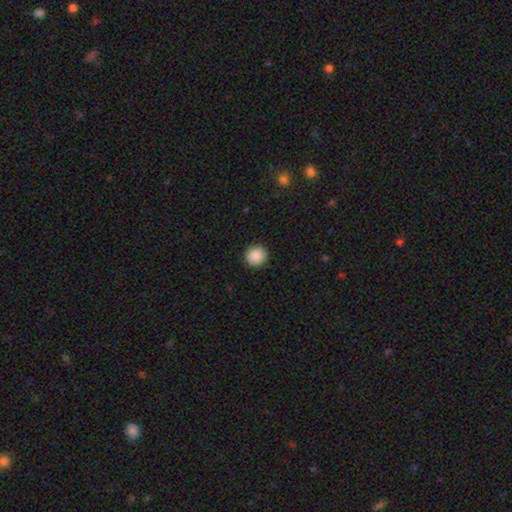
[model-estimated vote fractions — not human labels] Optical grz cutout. It shows a smooth galaxy with no disk features (89%) that is round (93%). Merging: none (92%).